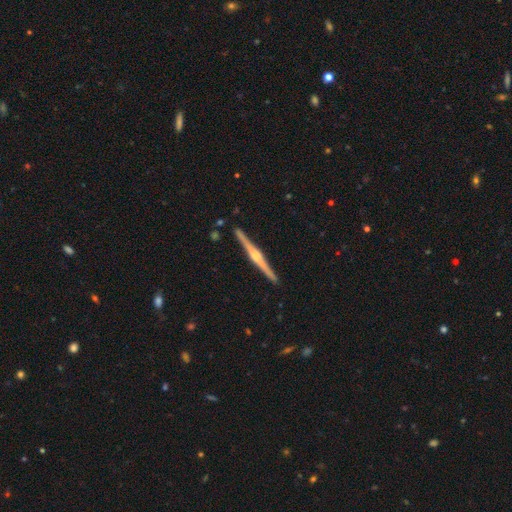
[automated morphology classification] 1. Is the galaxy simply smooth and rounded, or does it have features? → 86% featured or disk, 10% smooth, 4% star or artifact.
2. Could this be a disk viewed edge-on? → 99% yes, 1% no.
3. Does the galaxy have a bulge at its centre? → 87% rounded, 9% boxy, 5% none.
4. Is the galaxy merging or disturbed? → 92% none, 5% minor disturbance, 1% merger, 1% major disturbance.